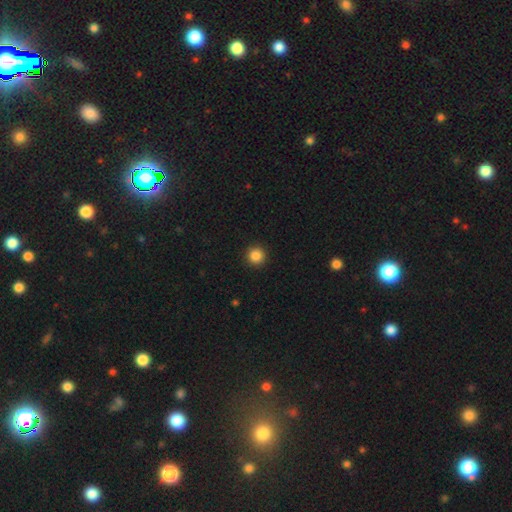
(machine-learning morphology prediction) This is clearly a smooth galaxy (86%). How rounded: clearly round (96%). Merging: clearly none (93%).